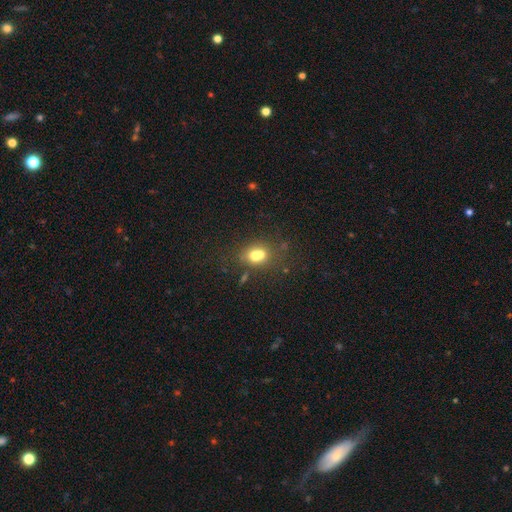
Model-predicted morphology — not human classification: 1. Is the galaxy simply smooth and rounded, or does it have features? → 72% smooth, 15% featured or disk, 13% star or artifact.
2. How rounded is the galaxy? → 64% in between, 34% round, 2% cigar-shaped.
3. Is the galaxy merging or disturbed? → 49% none, 28% merger, 16% minor disturbance, 7% major disturbance.